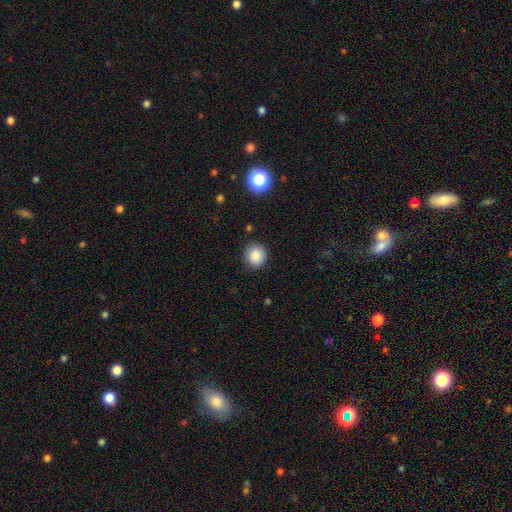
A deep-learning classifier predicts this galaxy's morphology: Smooth or featured? smooth (85%)
How rounded? round (88%)
Merging? none (88%)